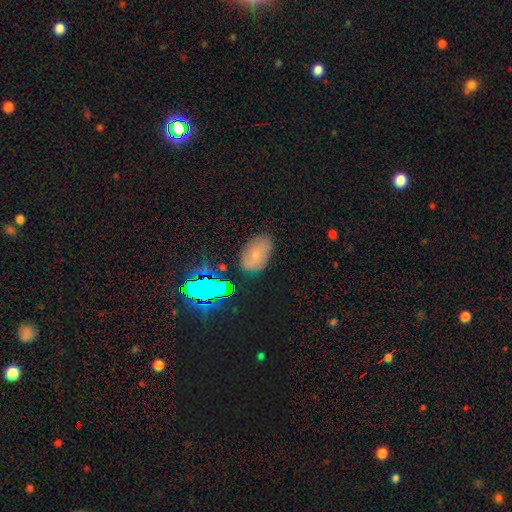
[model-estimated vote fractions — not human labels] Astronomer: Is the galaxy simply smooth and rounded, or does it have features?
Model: smooth — 56%.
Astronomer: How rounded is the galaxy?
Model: in between — 89%.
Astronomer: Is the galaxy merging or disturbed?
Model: none — 77%.